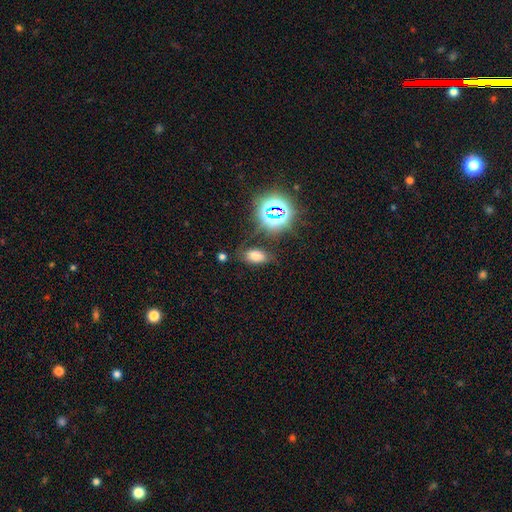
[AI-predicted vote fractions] This is likely a smooth galaxy (66%). How rounded: clearly in between (90%). Merging: likely none (76%).